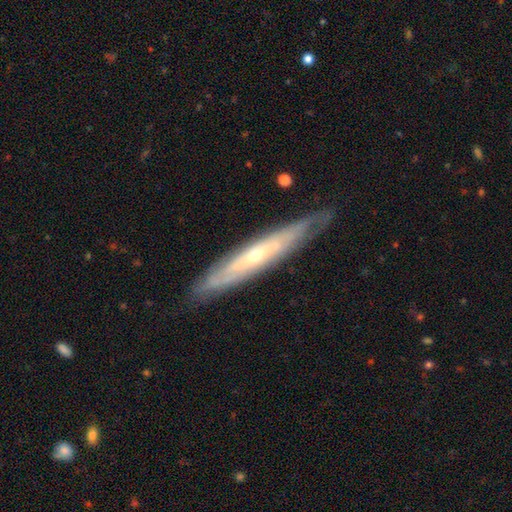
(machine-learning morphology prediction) A featured or disk galaxy (73%) viewed edge-on (64%).

Vote fractions:
- Smooth or featured? featured or disk: 73% / smooth: 20% / star or artifact: 6%
- Edge-on disk? yes: 64% / no: 36%
- Merging? none: 81% / minor disturbance: 15% / major disturbance: 3% / merger: 1%